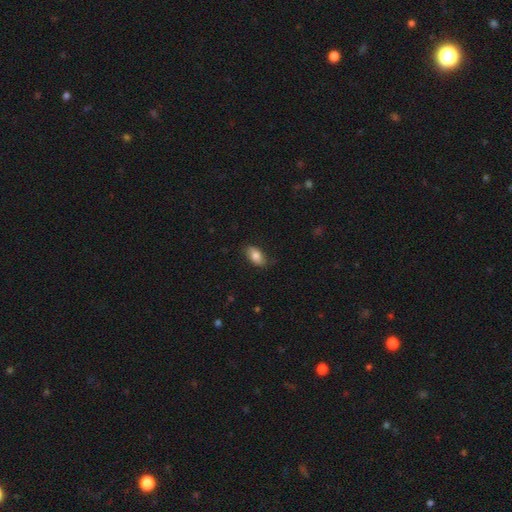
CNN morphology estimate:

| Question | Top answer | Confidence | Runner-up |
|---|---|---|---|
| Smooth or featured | smooth | 79% | featured or disk (14%) |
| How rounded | in between | 92% | round (5%) |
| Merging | none | 77% | minor disturbance (19%) |